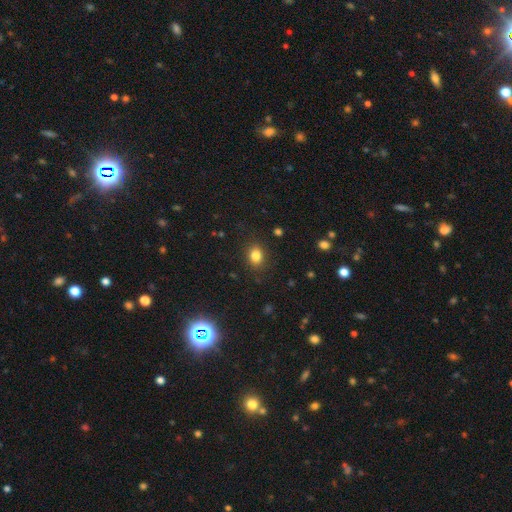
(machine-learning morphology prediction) Q: Smooth or featured?
A: smooth (83%); runner-up: star or artifact (12%)
Q: How rounded?
A: in between (58%); runner-up: round (41%)
Q: Merging?
A: none (86%); runner-up: minor disturbance (9%)